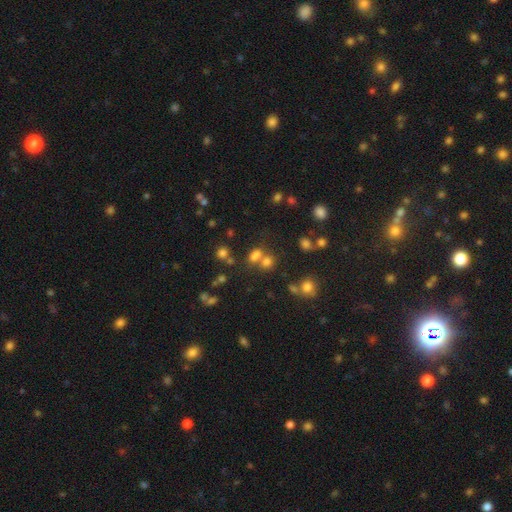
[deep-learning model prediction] A smooth galaxy with no disk features (68%) that is in between round and cigar-shaped (58%).

Vote fractions:
- Smooth or featured? smooth: 68% / star or artifact: 22% / featured or disk: 10%
- How rounded? in between: 58% / round: 40% / cigar-shaped: 2%
- Merging? none: 47% / merger: 37% / minor disturbance: 10% / major disturbance: 6%